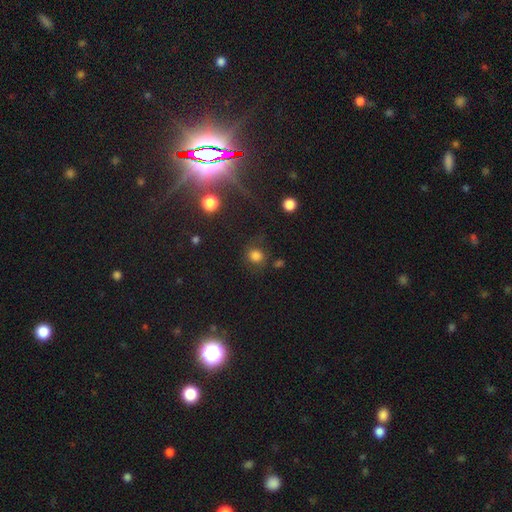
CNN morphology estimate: This appears to be a smooth galaxy with no disk features (76%) that is round (82%). Merging: none (69%).